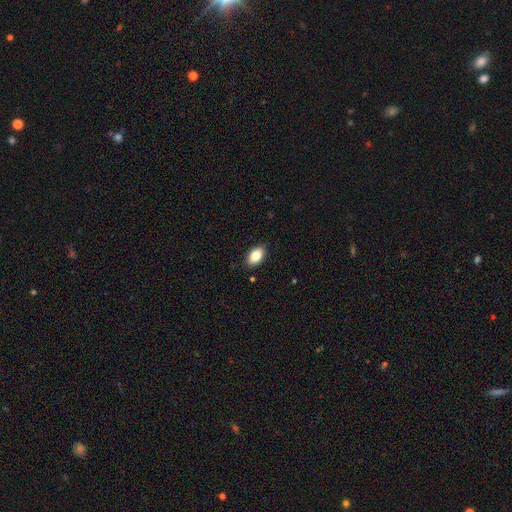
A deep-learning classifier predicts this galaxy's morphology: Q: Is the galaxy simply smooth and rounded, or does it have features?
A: smooth — 82%.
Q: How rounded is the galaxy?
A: in between — 91%.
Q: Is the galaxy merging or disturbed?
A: none — 87%.